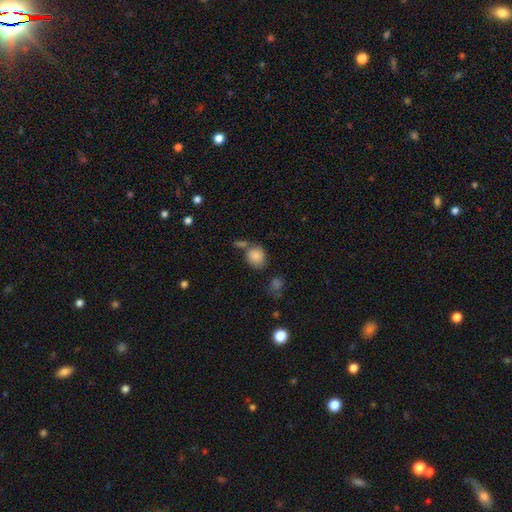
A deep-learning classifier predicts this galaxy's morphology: This is clearly a smooth galaxy (85%). How rounded: likely round (70%). Merging: possibly none (56%).